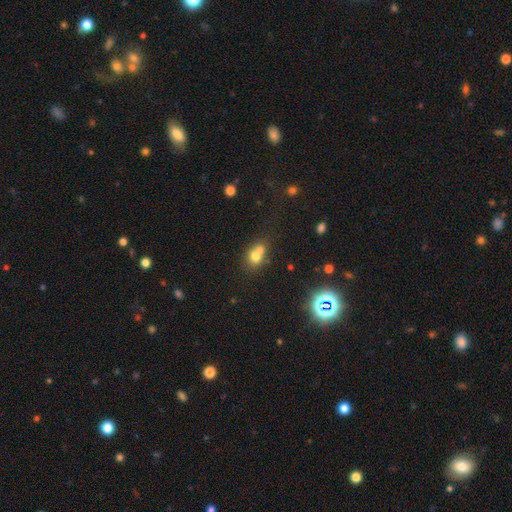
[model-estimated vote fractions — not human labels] Smooth or featured? Predicted: smooth (p=0.70). How rounded? Predicted: round (p=0.63). Merging? Predicted: merger (p=0.58).